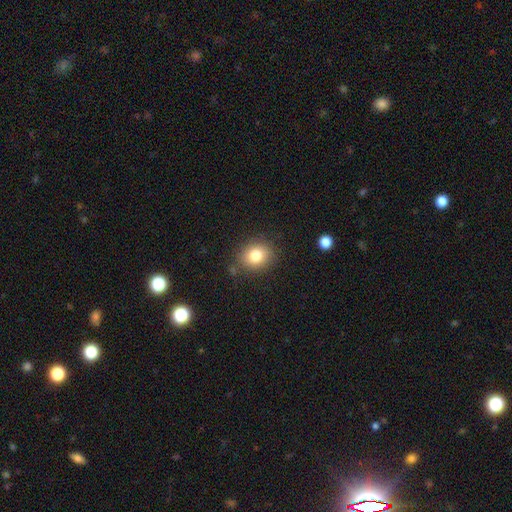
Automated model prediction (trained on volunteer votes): Smooth or featured: smooth — 80% (star or artifact — 11%)
How rounded: round — 62% (in between — 37%)
Merging: none — 84% (minor disturbance — 11%)